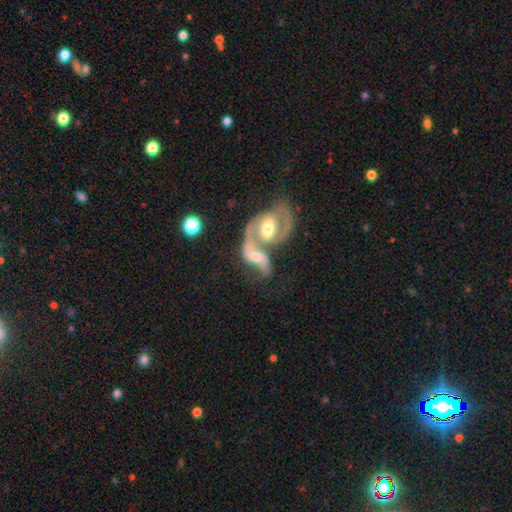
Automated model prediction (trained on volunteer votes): Overall: featured or disk (81%). Edge-on disk: no (95%). Bar: weak (42%; no 31%). Spiral arms: yes (90%). Spiral arm count: 2 (84%). Spiral winding: medium (46%; loose 37%). Bulge size: moderate (65%). Merging: merger (71%).